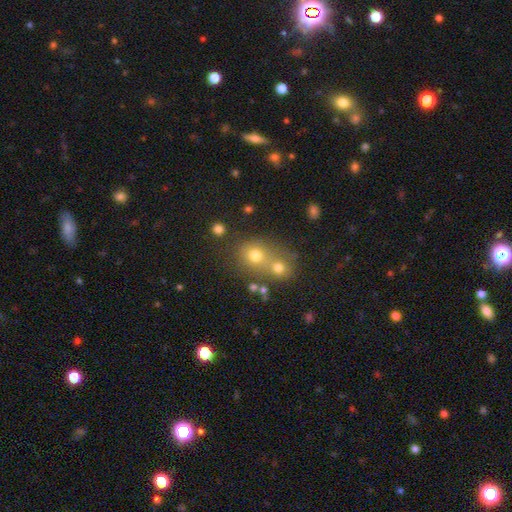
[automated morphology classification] Smooth or featured? Predicted: smooth (p=0.66). How rounded? Predicted: round (p=0.75). Merging? Predicted: merger (p=0.48).